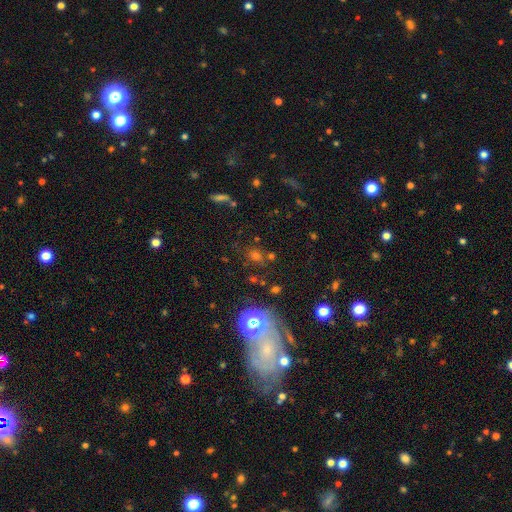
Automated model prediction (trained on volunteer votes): Overall: star or artifact (45%; smooth 44%).